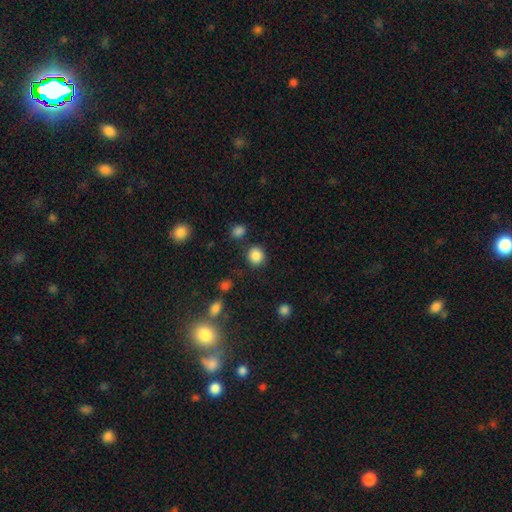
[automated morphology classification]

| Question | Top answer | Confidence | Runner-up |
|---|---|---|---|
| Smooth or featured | smooth | 86% | star or artifact (10%) |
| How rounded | round | 86% | in between (13%) |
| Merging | none | 84% | minor disturbance (8%) |